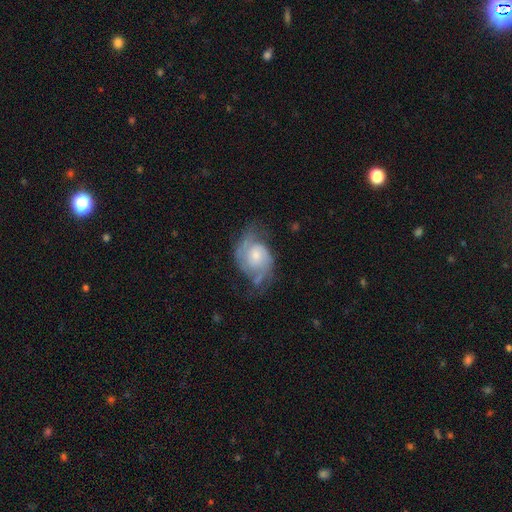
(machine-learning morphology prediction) This appears to be a featured or disk galaxy (79%) with no bar (67%), 2 (78%) medium (47%) spiral arms (93%) and a small central bulge (46%). Merging: none (53%).